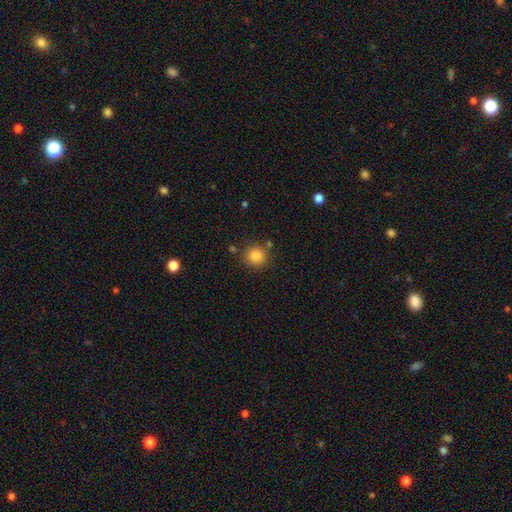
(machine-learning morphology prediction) A smooth galaxy with no disk features (85%) that is round (93%). Merging: none (81%).